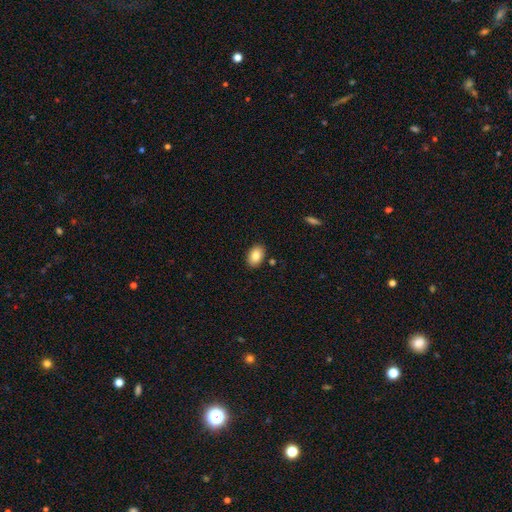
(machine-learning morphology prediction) The model was most divided on "how rounded": in between: 84%, round: 14%, cigar-shaped: 1%. More confident: merging — none (87%); smooth or featured — smooth (84%).